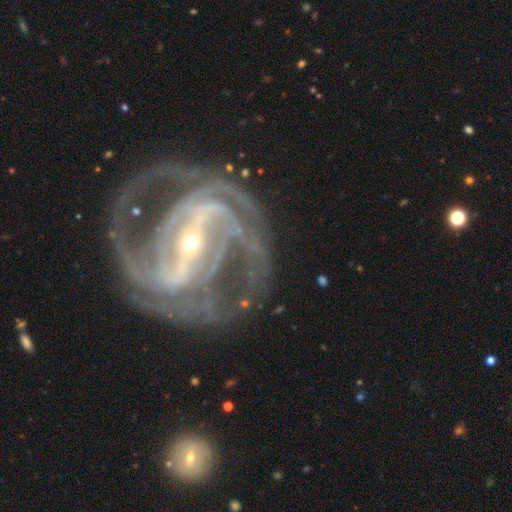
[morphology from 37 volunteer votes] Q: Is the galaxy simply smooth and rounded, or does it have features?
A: featured or disk — 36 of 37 (97%).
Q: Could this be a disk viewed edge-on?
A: no — 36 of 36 (100%).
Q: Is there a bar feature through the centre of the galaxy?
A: strong — 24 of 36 (67%).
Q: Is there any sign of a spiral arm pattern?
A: yes — 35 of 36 (97%).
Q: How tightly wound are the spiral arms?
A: medium — 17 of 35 (49%).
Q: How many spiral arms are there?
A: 2 — 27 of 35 (77%).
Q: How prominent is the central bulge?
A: small — 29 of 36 (81%).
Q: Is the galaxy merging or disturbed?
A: none — 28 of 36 (78%).